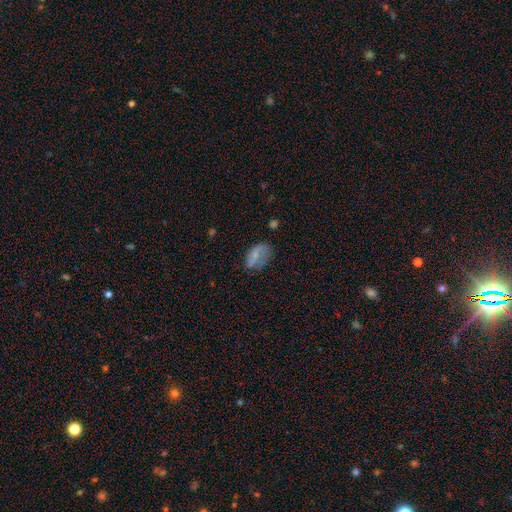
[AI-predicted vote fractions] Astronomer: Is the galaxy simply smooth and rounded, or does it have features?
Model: smooth — 62%.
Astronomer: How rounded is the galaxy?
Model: in between — 89%.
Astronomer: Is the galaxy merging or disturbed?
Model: none — 41% (runner-up: minor disturbance, 31%).